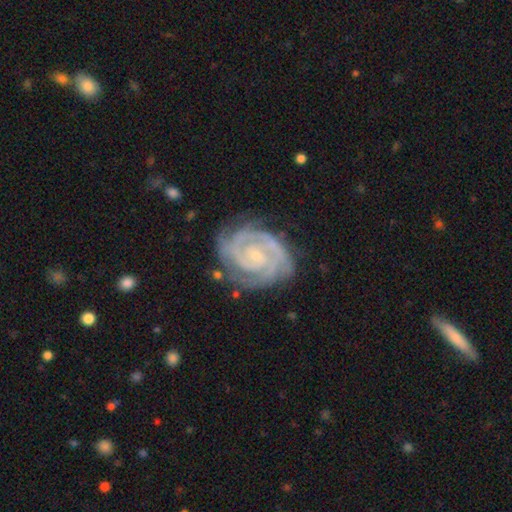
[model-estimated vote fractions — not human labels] The model was most divided on "bar": no: 60%, weak: 29%, strong: 11%. More confident: spiral arms — yes (99%); edge-on disk — no (98%); smooth or featured — featured or disk (92%); spiral winding — tight (80%); bulge size — small (79%); merging — none (75%); spiral arm count — 2 (59%).